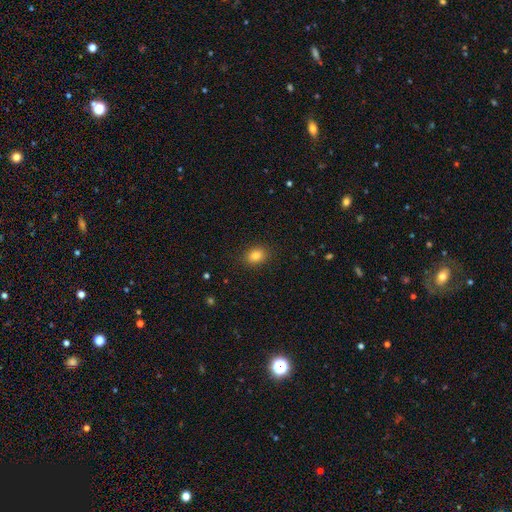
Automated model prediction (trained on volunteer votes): smooth-or-featured: smooth: 82% | star or artifact: 11% | featured or disk: 6%
  how-rounded: in between: 55% | round: 44% | cigar-shaped: 1%
  merging: none: 89% | minor disturbance: 8% | major disturbance: 2% | merger: 1%